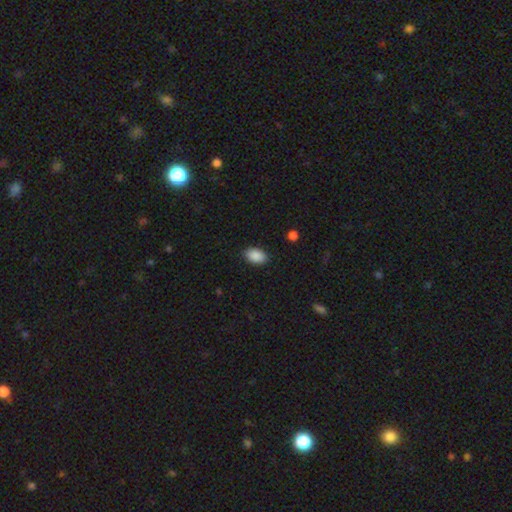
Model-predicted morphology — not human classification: The model was most divided on "merging": none: 88%, minor disturbance: 9%, major disturbance: 2%, merger: 1%. More confident: smooth or featured — smooth (90%); how rounded — in between (90%).